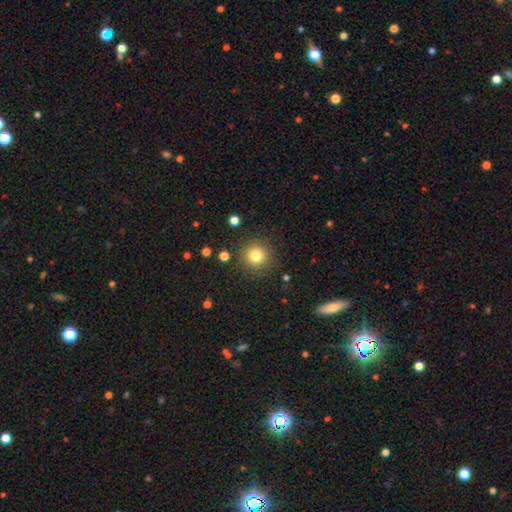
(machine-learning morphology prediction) Overall: smooth (81%). How rounded: round (95%). Merging: none (88%).